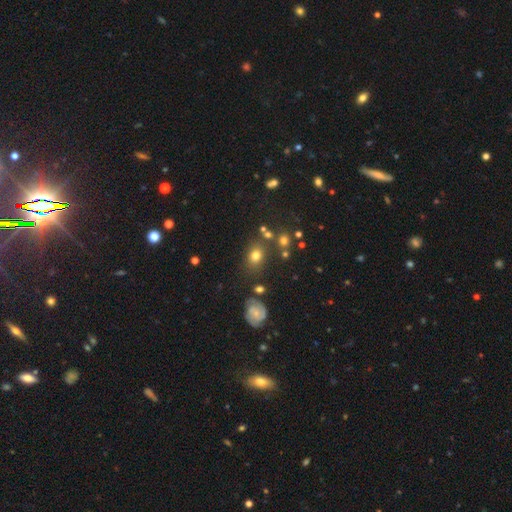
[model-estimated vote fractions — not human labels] This appears to be a smooth galaxy with no disk features (69%) that is in between round and cigar-shaped (53%). Merging: none (74%).